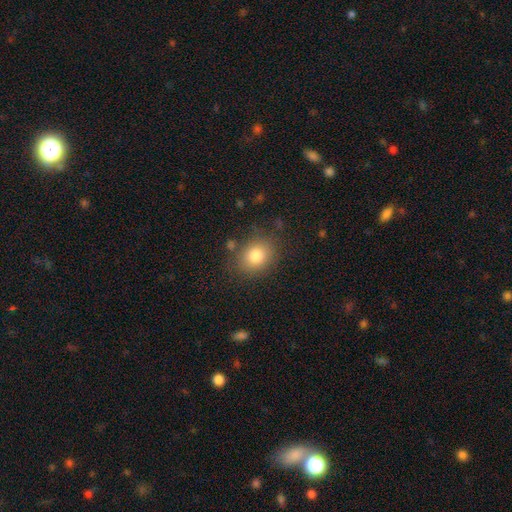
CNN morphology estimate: smooth_or_featured: smooth (p=0.80) [alt: star or artifact p=0.11]
how_rounded: round (p=0.58) [alt: in between p=0.41]
merging: none (p=0.79) [alt: minor disturbance p=0.13]